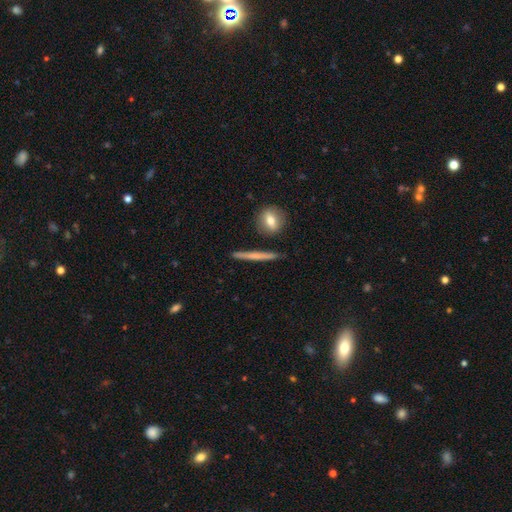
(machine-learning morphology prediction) A smooth galaxy with no disk features (49%).

Vote fractions:
- Smooth or featured? smooth: 49% / featured or disk: 45% / star or artifact: 6%
- Merging? none: 89% / minor disturbance: 7% / merger: 3% / major disturbance: 2%